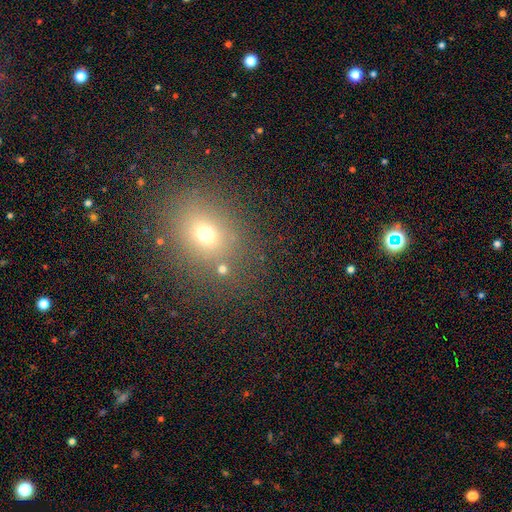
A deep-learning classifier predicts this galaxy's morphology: A smooth galaxy with no disk features (58%) that is round (60%). Merging: none (83%).